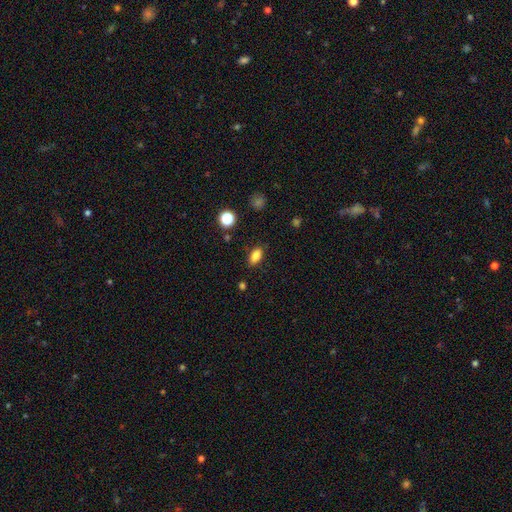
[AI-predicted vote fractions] A smooth galaxy with no disk features (84%) that is in between round and cigar-shaped (87%). Merging: none (86%).